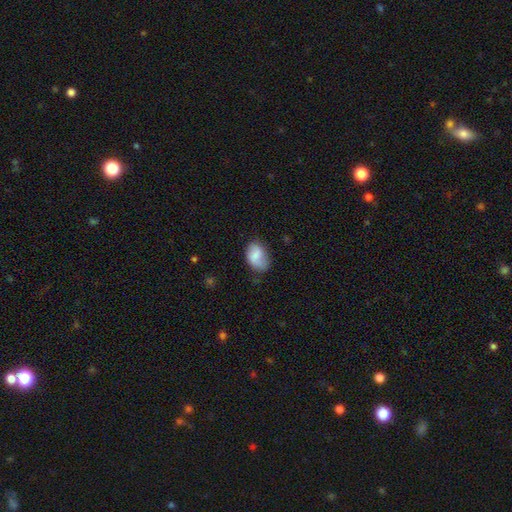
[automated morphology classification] The model was most divided on "merging": none: 58%, minor disturbance: 31%, major disturbance: 9%, merger: 2%. More confident: how rounded — in between (83%); smooth or featured — smooth (71%).